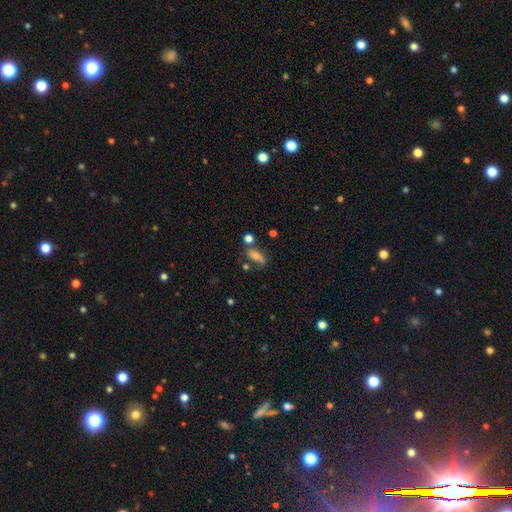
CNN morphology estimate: Smooth or featured? smooth (59%)
How rounded? in between (70%)
Merging? none (54%)